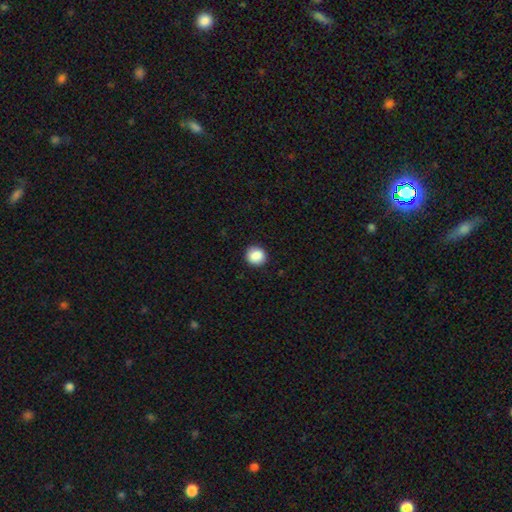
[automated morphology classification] Smooth or featured: smooth — 88% (star or artifact — 8%)
How rounded: round — 89% (in between — 10%)
Merging: none — 91% (minor disturbance — 7%)